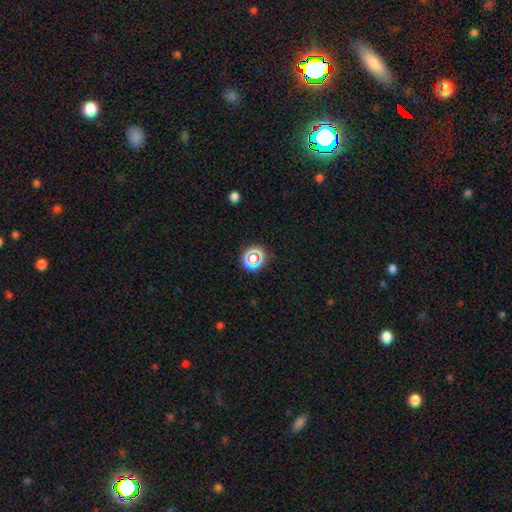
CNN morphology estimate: Smooth or featured?
  - star or artifact: 52% *
  - smooth: 38%
  - featured or disk: 10%